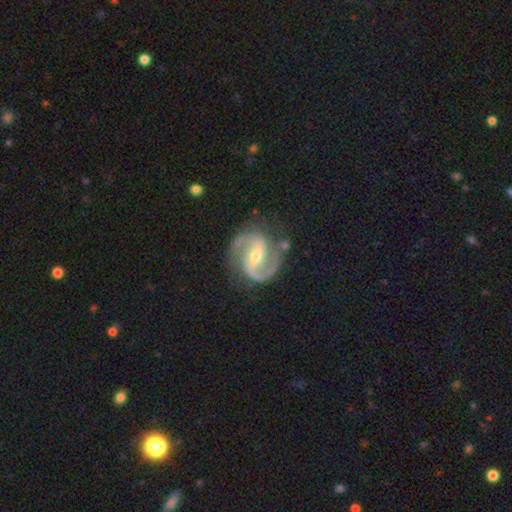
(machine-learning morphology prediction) The model was most divided on "bar": strong: 45%, weak: 38%, no: 17%. More confident: spiral arms — yes (98%); edge-on disk — no (98%); spiral arm count — 2 (94%); smooth or featured — featured or disk (93%); merging — none (81%); spiral winding — medium (62%); bulge size — moderate (55%).